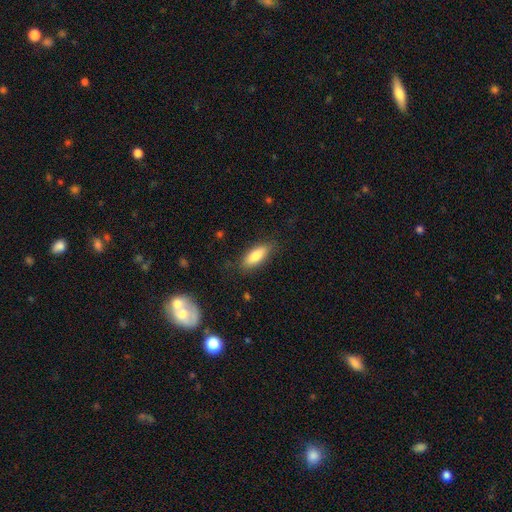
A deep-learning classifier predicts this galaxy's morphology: The model was most divided on "how rounded": in between: 69%, cigar-shaped: 29%, round: 2%. More confident: merging — none (83%); smooth or featured — smooth (80%).